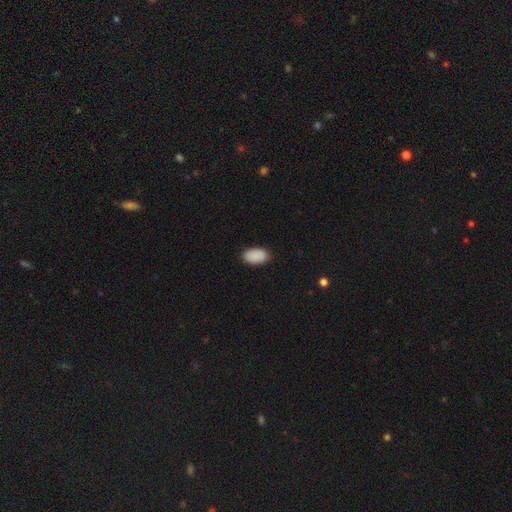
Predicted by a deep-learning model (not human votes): A smooth galaxy with no disk features (91%) that is in between round and cigar-shaped (95%). Merging: none (88%).